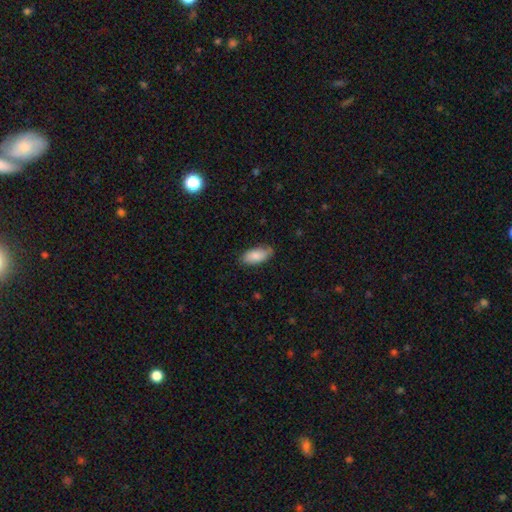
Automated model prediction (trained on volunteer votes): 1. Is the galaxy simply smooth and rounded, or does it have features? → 84% smooth, 11% featured or disk, 6% star or artifact.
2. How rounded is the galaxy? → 90% in between, 8% cigar-shaped, 2% round.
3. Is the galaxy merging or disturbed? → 76% none, 20% minor disturbance, 3% major disturbance, 1% merger.